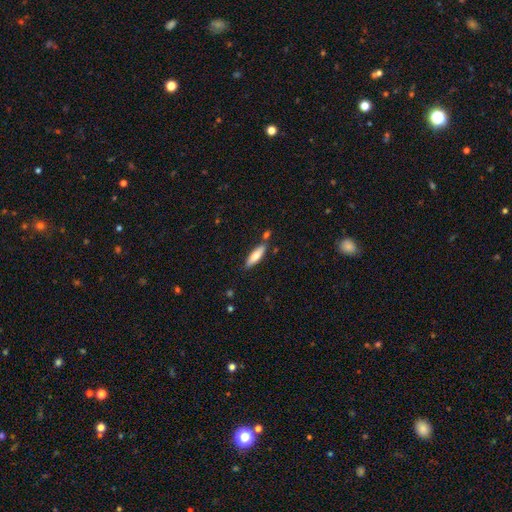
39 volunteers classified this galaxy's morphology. smooth 77%, featured or disk 23%, star or artifact 0%. Down the decision tree: how rounded — cigar-shaped (57%); merging — none (90%).